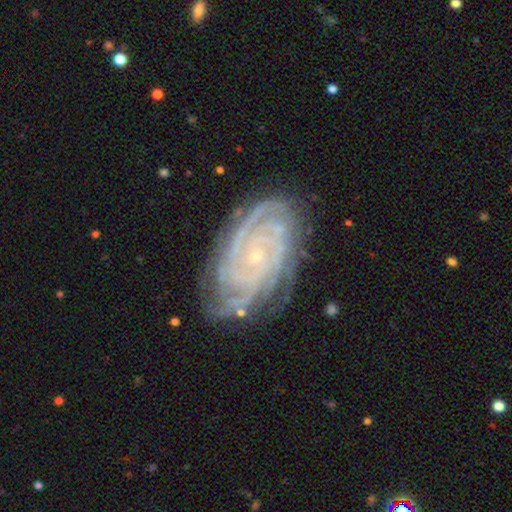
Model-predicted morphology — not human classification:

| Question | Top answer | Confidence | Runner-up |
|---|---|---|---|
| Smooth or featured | featured or disk | 89% | star or artifact (6%) |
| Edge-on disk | no | 97% | yes (3%) |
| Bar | no | 74% | weak (18%) |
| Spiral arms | yes | 98% | no (2%) |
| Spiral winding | tight | 85% | medium (13%) |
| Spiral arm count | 4 | 26% | more than 4 (18%) |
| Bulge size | small | 87% | moderate (9%) |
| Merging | none | 78% | minor disturbance (16%) |